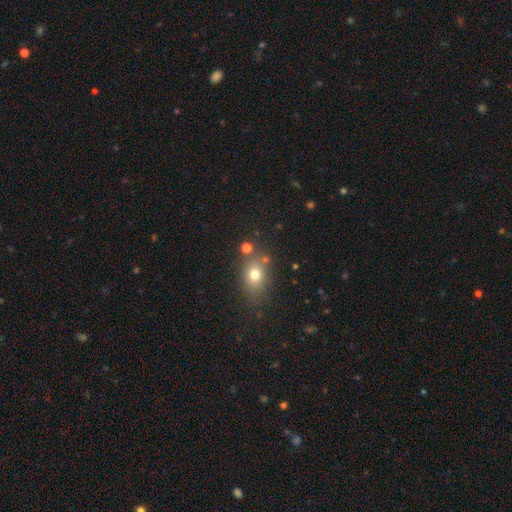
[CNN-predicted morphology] Smooth or featured? Predicted: smooth (p=0.64). How rounded? Predicted: round (p=0.49). Merging? Predicted: none (p=0.71).